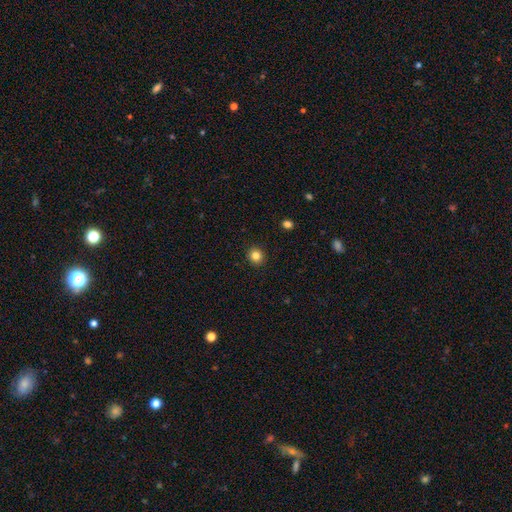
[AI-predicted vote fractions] Smooth or featured? Predicted: smooth (p=0.84). How rounded? Predicted: round (p=0.89). Merging? Predicted: none (p=0.92).